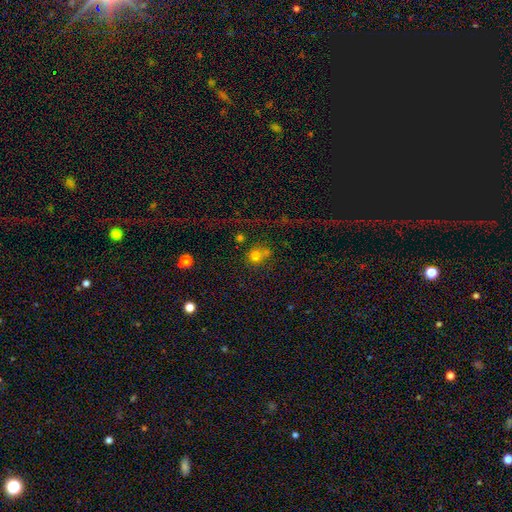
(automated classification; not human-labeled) The model was most divided on "merging": none: 52%, merger: 28%, minor disturbance: 12%, major disturbance: 9%. More confident: how rounded — round (83%); smooth or featured — smooth (70%).